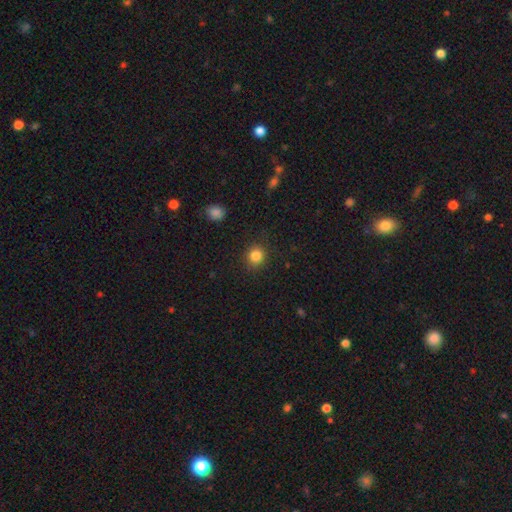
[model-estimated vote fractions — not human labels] smooth-or-featured: smooth: 84% | star or artifact: 11% | featured or disk: 4%
  how-rounded: round: 87% | in between: 12% | cigar-shaped: 1%
  merging: none: 89% | minor disturbance: 7% | major disturbance: 3% | merger: 1%